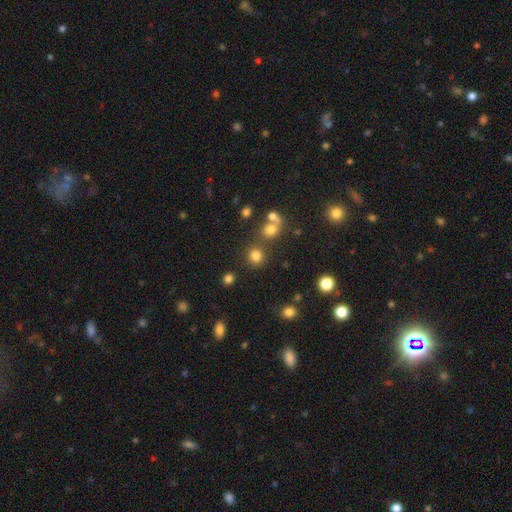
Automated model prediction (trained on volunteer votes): This appears to be a smooth galaxy with no disk features (78%) that is round (86%). Merging: none (73%).